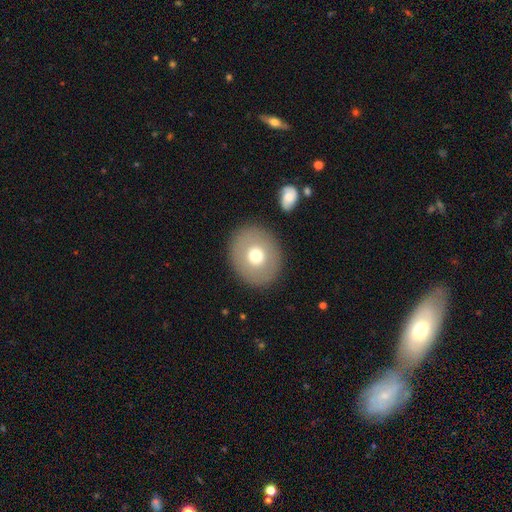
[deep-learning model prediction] The model was most divided on "smooth or featured": smooth: 65%, featured or disk: 26%, star or artifact: 8%. More confident: merging — none (88%); how rounded — round (75%).